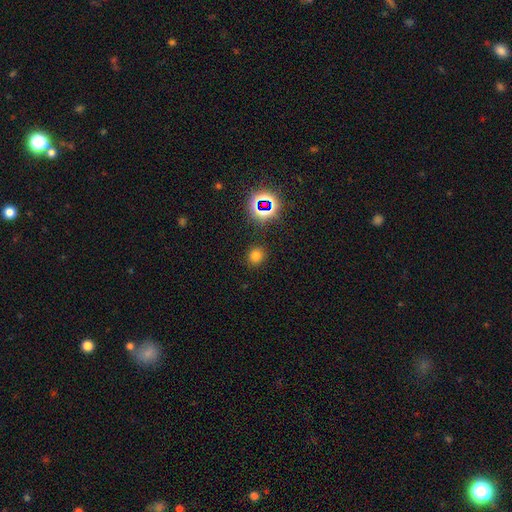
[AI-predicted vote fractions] A smooth galaxy with no disk features (71%) that is round (87%).

Vote fractions:
- Smooth or featured? smooth: 71% / star or artifact: 23% / featured or disk: 6%
- How rounded? round: 87% / in between: 12% / cigar-shaped: 1%
- Merging? none: 89% / minor disturbance: 7% / major disturbance: 3% / merger: 2%